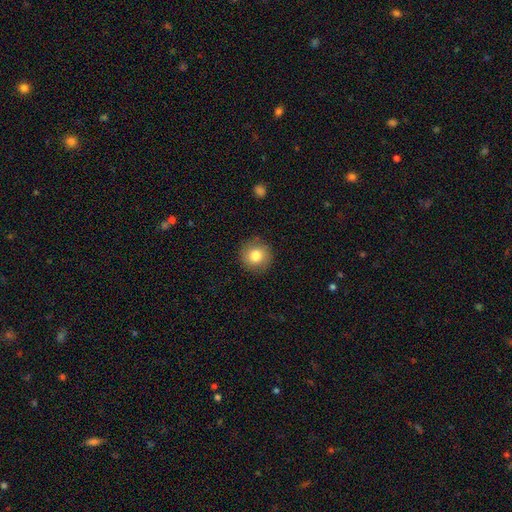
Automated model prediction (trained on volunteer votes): Smooth or featured? smooth (81%)
How rounded? round (93%)
Merging? none (89%)